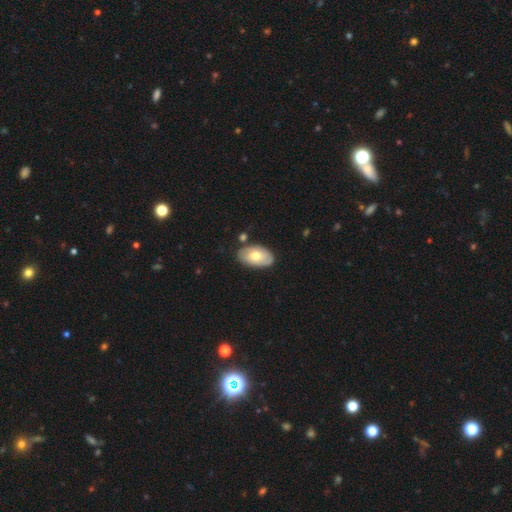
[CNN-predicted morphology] Overall: smooth (59%; featured or disk 35%). How rounded: in between (93%). Merging: none (77%).